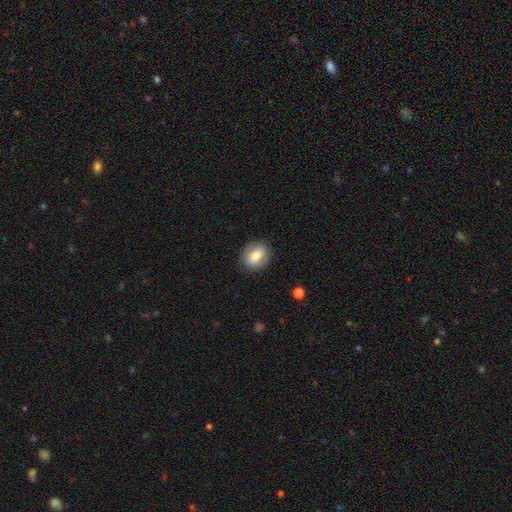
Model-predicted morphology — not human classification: Smooth or featured?
  - smooth: 73% *
  - featured or disk: 19%
  - star or artifact: 8%
How rounded?
  - round: 62% *
  - in between: 37%
  - cigar-shaped: 1%
Merging?
  - none: 87% *
  - minor disturbance: 9%
  - major disturbance: 3%
  - merger: 1%